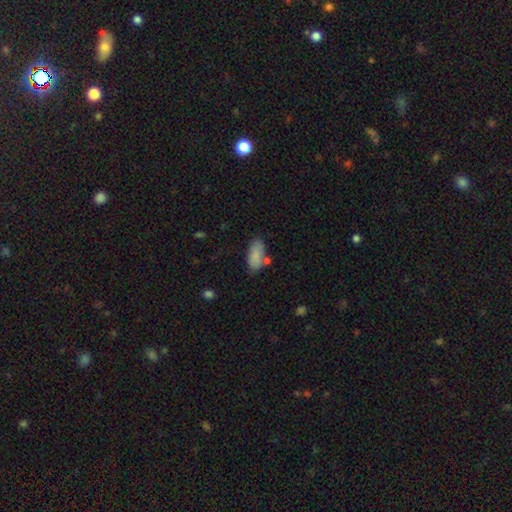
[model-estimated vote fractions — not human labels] The model was most divided on "merging": none: 67%, minor disturbance: 18%, merger: 10%, major disturbance: 5%. More confident: how rounded — in between (90%); smooth or featured — smooth (86%).